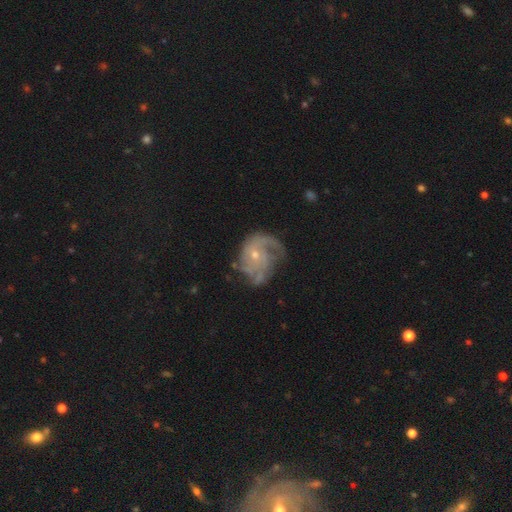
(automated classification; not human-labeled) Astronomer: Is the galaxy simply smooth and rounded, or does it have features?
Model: featured or disk — 82%.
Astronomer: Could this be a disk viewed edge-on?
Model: no — 98%.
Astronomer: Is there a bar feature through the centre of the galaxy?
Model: no — 78%.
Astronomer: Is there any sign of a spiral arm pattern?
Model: yes — 92%.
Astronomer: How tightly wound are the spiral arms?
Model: medium — 41% (runner-up: tight, 40%).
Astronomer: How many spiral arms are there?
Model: can't tell — 28% (runner-up: 3, 25%).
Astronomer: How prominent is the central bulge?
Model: small — 64%.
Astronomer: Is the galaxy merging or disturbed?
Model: none — 54%.